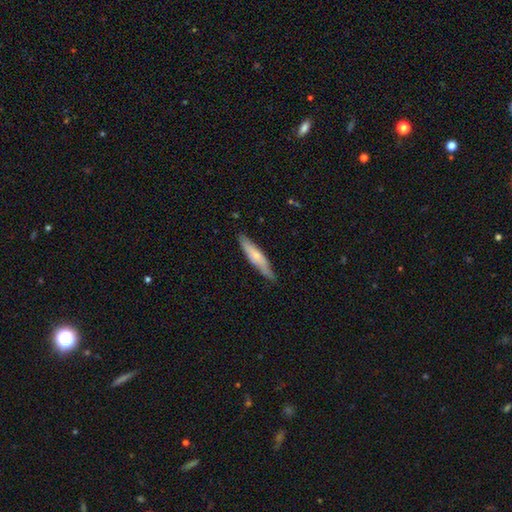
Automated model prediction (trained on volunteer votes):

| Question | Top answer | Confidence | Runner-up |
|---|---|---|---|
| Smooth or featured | smooth | 57% | featured or disk (37%) |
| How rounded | cigar-shaped | 85% | in between (13%) |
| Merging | none | 81% | minor disturbance (15%) |